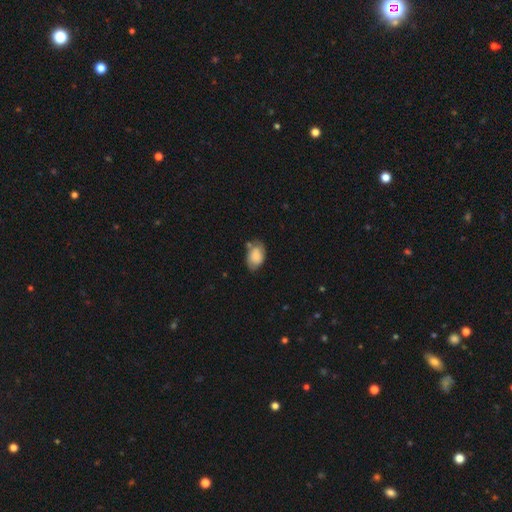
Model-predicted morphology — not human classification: smooth-or-featured: smooth: 78% | featured or disk: 15% | star or artifact: 7%
  how-rounded: in between: 88% | round: 11% | cigar-shaped: 1%
  merging: none: 58% | minor disturbance: 28% | merger: 8% | major disturbance: 7%